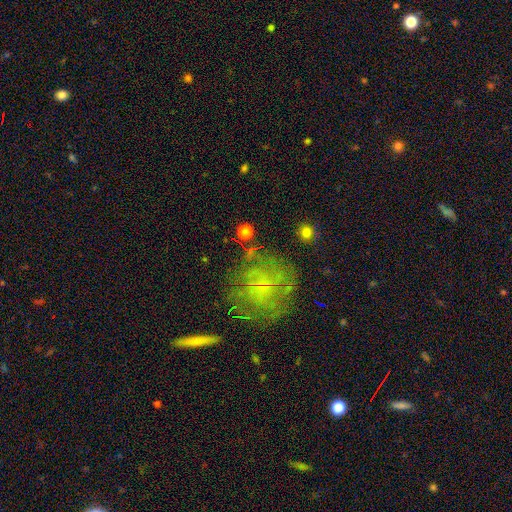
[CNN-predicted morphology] smooth-or-featured: featured or disk: 56% | smooth: 30% | star or artifact: 14%
  disk-edge-on: no: 96% | yes: 4%
    bar: no: 78% | weak: 19% | strong: 3%
    has-spiral-arms: yes: 65% | no: 35%
    bulge-size: small: 66% | moderate: 16% | none: 15% | large: 2% | dominant: 1%
  merging: none: 68% | minor disturbance: 17% | major disturbance: 12% | merger: 3%